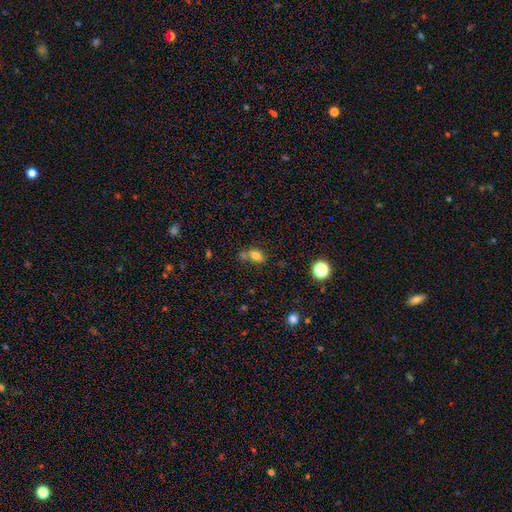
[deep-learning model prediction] Smooth or featured: smooth — 77% (star or artifact — 13%)
How rounded: in between — 71% (round — 26%)
Merging: none — 48% (merger — 28%)